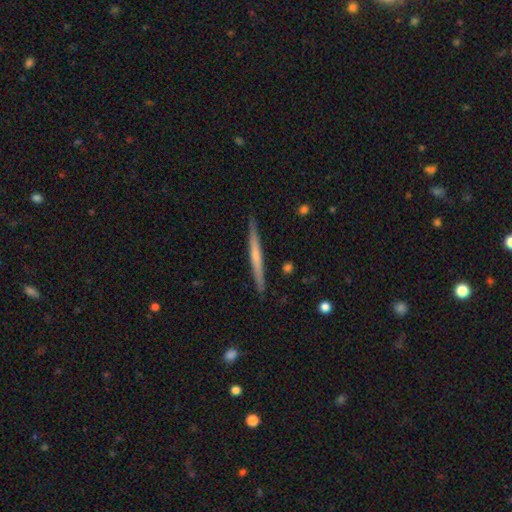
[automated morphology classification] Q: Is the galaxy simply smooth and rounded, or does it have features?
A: featured or disk — 54%.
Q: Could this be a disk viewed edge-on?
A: yes — 98%.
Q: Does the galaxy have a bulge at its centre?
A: none — 62%.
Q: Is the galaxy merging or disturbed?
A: none — 91%.